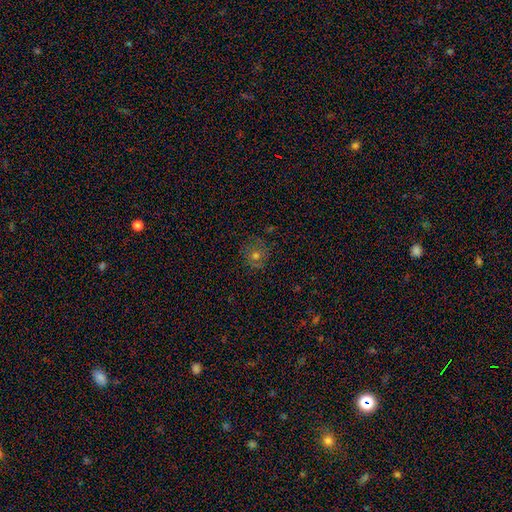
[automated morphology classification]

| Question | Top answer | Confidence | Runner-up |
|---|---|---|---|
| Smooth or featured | smooth | 54% | star or artifact (24%) |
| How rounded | round | 88% | in between (11%) |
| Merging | none | 79% | minor disturbance (14%) |